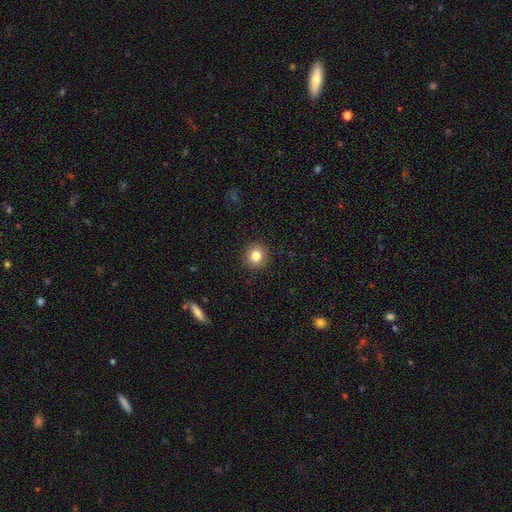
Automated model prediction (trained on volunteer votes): smooth-or-featured: smooth: 82% | star or artifact: 11% | featured or disk: 7%
  how-rounded: round: 92% | in between: 7% | cigar-shaped: 1%
  merging: none: 92% | minor disturbance: 6% | major disturbance: 2% | merger: 1%